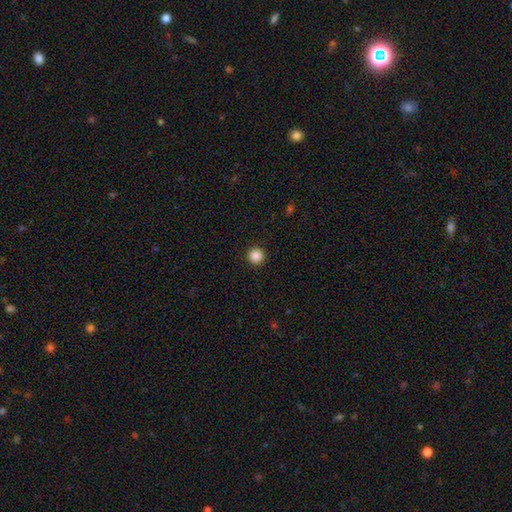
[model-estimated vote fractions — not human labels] Q: Smooth or featured?
A: smooth (88%); runner-up: star or artifact (10%)
Q: How rounded?
A: round (96%); runner-up: in between (3%)
Q: Merging?
A: none (93%); runner-up: minor disturbance (4%)